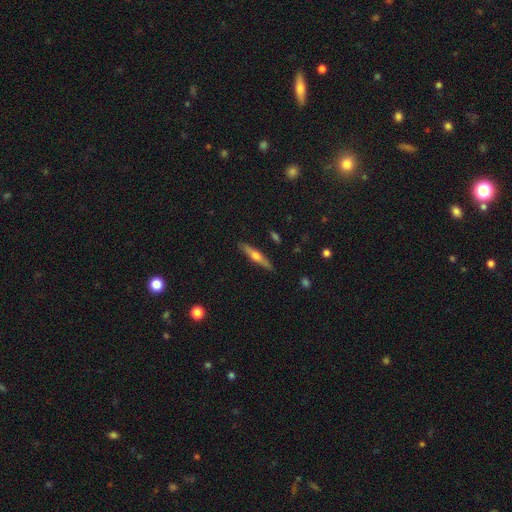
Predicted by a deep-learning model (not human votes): Q: Smooth or featured?
A: featured or disk (55%); runner-up: smooth (39%)
Q: Edge-on disk?
A: yes (95%); runner-up: no (5%)
Q: Edge-on bulge?
A: rounded (89%); runner-up: none (7%)
Q: Merging?
A: none (89%); runner-up: minor disturbance (8%)